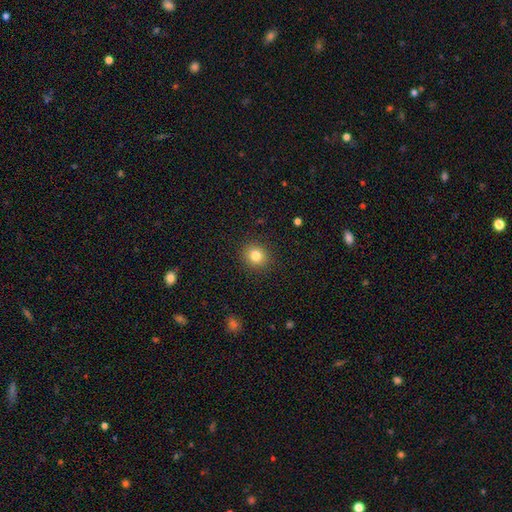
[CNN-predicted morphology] A smooth galaxy with no disk features (82%) that is round (83%). Merging: none (90%).